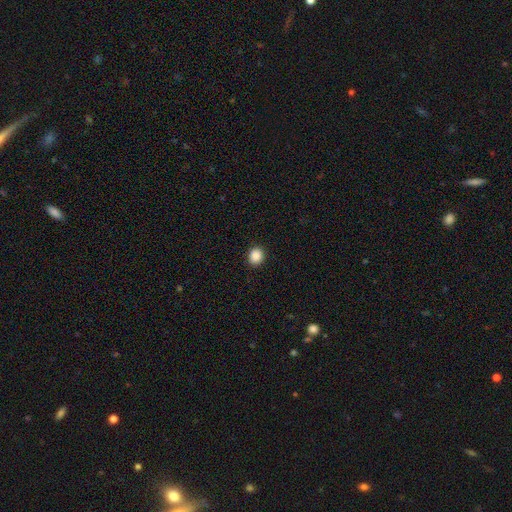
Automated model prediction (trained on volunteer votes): Q: Smooth or featured?
A: smooth (89%); runner-up: star or artifact (9%)
Q: How rounded?
A: round (79%); runner-up: in between (20%)
Q: Merging?
A: none (92%); runner-up: minor disturbance (5%)